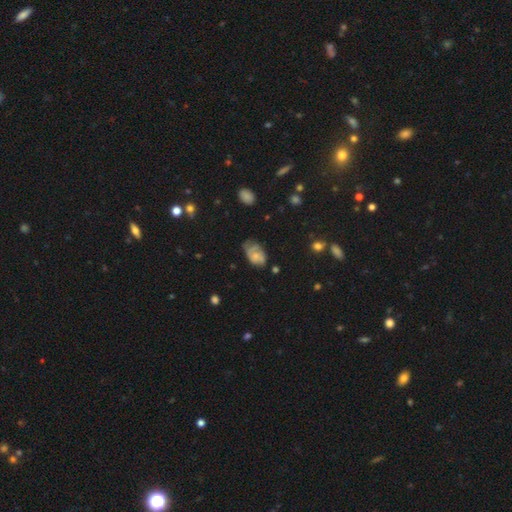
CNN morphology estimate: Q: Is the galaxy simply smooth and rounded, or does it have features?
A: smooth — 46%.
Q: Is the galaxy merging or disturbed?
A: none — 43%.